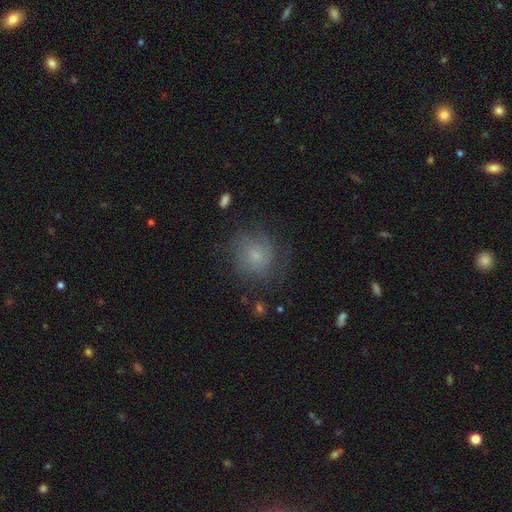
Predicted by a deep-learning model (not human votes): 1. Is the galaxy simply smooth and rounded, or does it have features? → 57% smooth, 30% featured or disk, 12% star or artifact.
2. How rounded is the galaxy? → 84% round, 15% in between, 1% cigar-shaped.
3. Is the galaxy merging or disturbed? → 66% none, 20% minor disturbance, 12% major disturbance, 2% merger.